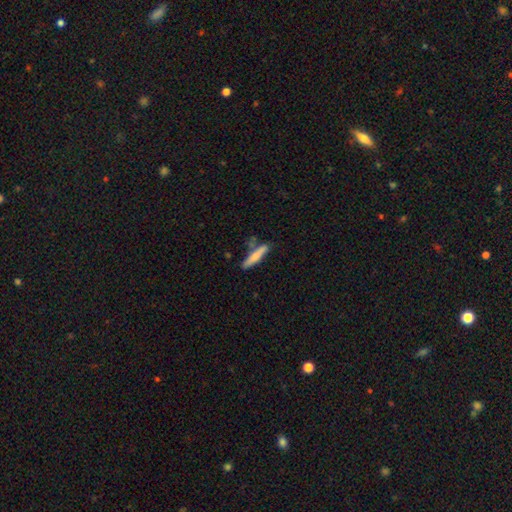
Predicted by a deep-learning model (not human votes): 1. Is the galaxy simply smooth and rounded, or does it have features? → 66% smooth, 28% featured or disk, 6% star or artifact.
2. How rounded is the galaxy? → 88% cigar-shaped, 11% in between, 2% round.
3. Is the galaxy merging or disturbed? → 71% none, 16% minor disturbance, 9% merger, 4% major disturbance.